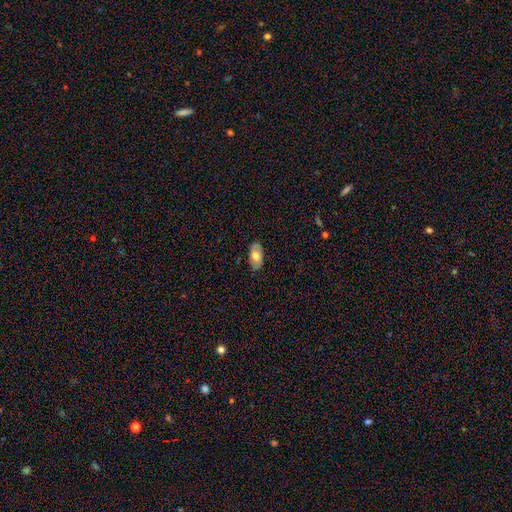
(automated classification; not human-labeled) A smooth galaxy with no disk features (65%) that is in between round and cigar-shaped (93%). Merging: none (84%).